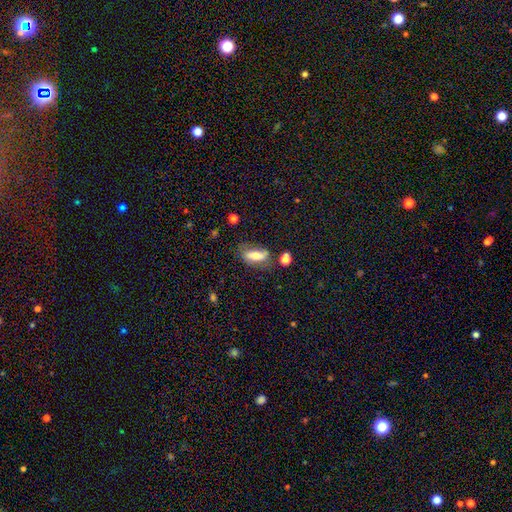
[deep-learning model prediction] Smooth or featured? Predicted: smooth (p=0.65). How rounded? Predicted: in between (p=0.71). Merging? Predicted: none (p=0.53).